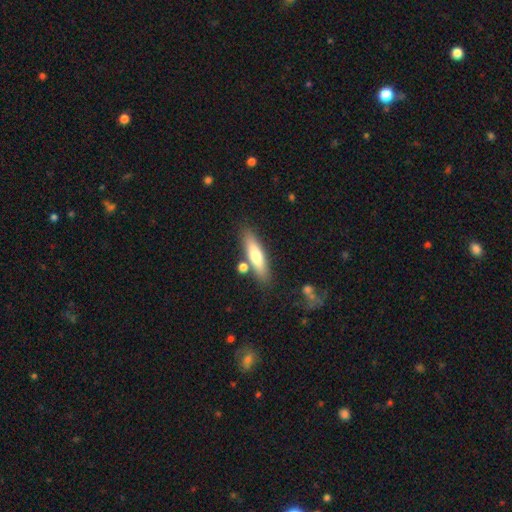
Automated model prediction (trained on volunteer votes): Q: Smooth or featured?
A: smooth (67%); runner-up: featured or disk (27%)
Q: How rounded?
A: cigar-shaped (72%); runner-up: in between (26%)
Q: Merging?
A: none (78%); runner-up: minor disturbance (11%)